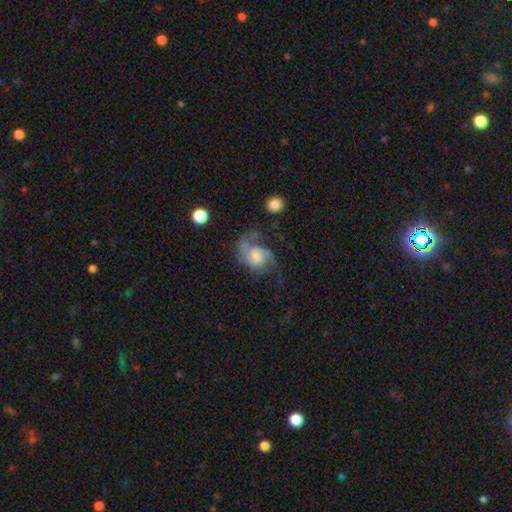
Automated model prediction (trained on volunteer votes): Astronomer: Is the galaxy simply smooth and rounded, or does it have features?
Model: featured or disk — 74%.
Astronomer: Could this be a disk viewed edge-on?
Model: no — 97%.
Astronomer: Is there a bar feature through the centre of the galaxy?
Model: no — 63%.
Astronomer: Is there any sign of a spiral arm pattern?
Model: yes — 91%.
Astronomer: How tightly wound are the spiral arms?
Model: medium — 46% (runner-up: loose, 37%).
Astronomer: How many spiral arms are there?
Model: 2 — 57%.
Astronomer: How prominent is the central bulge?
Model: moderate — 44% (runner-up: small, 23%).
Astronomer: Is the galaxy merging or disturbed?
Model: none — 42% (runner-up: major disturbance, 32%).